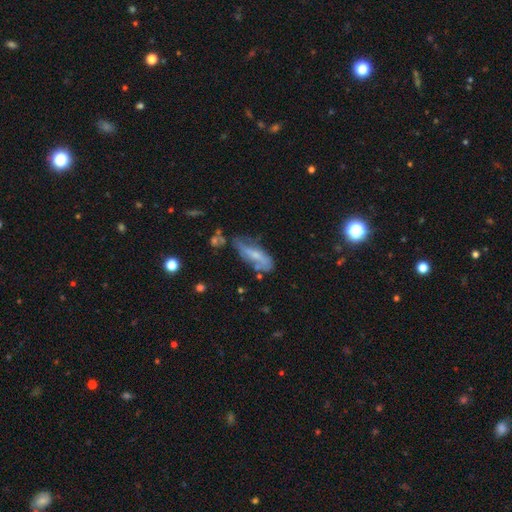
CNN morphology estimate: Q: Smooth or featured?
A: smooth (47%); runner-up: featured or disk (44%)
Q: Merging?
A: none (45%); runner-up: minor disturbance (32%)